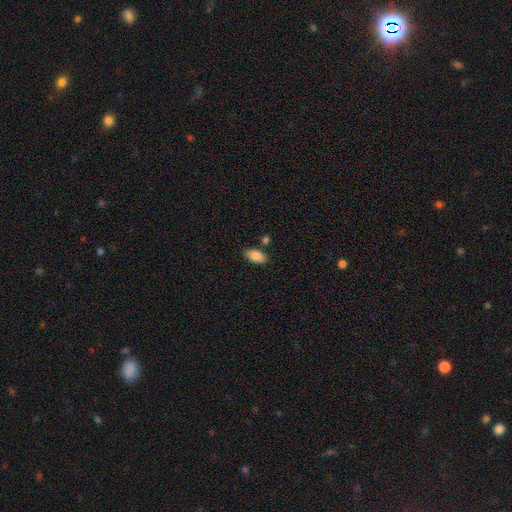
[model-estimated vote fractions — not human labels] smooth_or_featured: smooth (p=0.86) [alt: featured or disk p=0.07]
how_rounded: in between (p=0.94) [alt: round p=0.03]
merging: none (p=0.80) [alt: minor disturbance p=0.11]